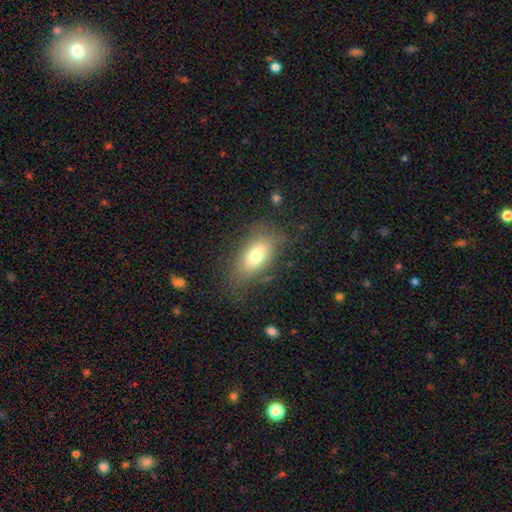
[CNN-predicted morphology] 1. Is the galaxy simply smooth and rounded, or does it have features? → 72% smooth, 19% featured or disk, 10% star or artifact.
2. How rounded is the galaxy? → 86% in between, 9% round, 5% cigar-shaped.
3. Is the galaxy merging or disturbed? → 70% none, 18% minor disturbance, 10% major disturbance, 2% merger.